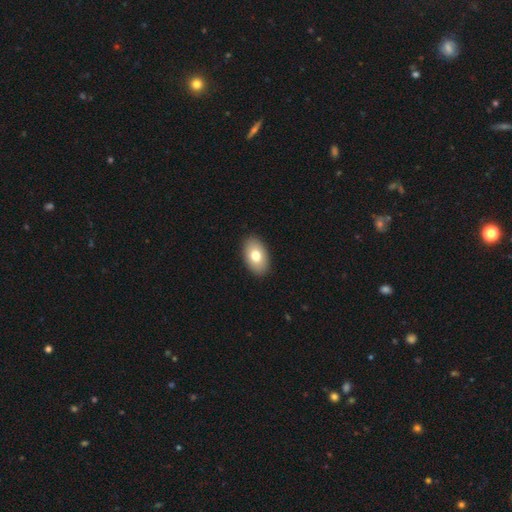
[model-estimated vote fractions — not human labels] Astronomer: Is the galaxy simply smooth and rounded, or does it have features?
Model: smooth — 75%.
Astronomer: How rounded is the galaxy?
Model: in between — 92%.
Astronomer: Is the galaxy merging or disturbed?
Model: none — 90%.